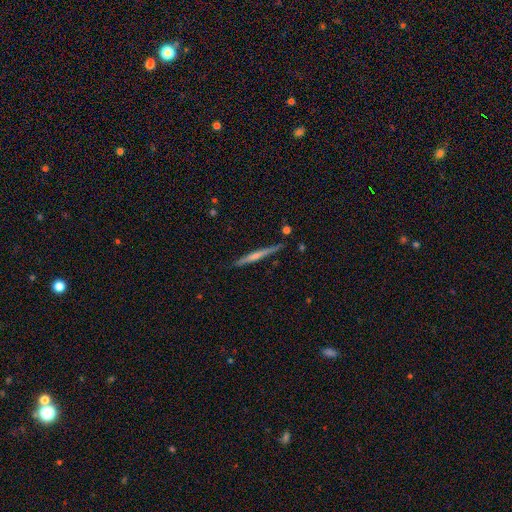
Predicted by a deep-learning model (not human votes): This appears to be a featured or disk galaxy (55%) viewed edge-on (97%) with no central bulge (56%). Merging: none (86%).